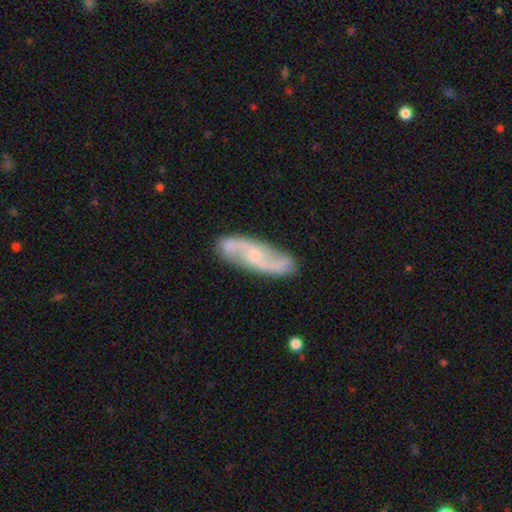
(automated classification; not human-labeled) The model was most divided on "bar": no: 52%, weak: 38%, strong: 10%. More confident: spiral arms — yes (94%); spiral arm count — 2 (90%); edge-on disk — no (90%); merging — none (81%); smooth or featured — featured or disk (81%); bulge size — small (64%); spiral winding — loose (54%).